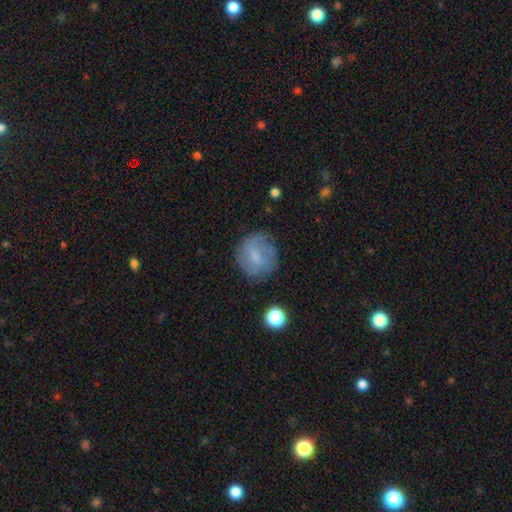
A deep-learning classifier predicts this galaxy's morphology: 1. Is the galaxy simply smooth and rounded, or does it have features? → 57% smooth, 33% featured or disk, 10% star or artifact.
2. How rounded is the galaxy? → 79% round, 20% in between, 2% cigar-shaped.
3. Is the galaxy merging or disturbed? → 69% none, 21% minor disturbance, 8% major disturbance, 2% merger.